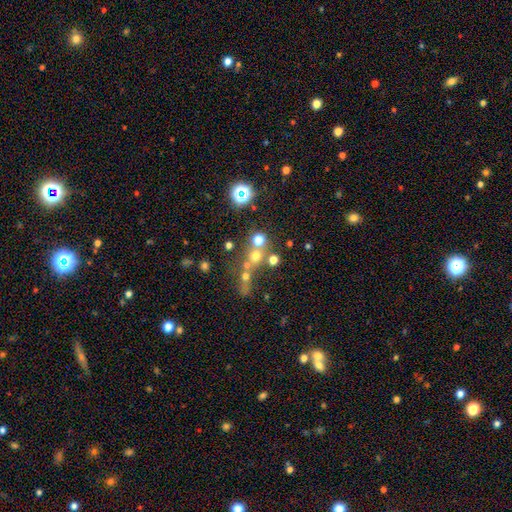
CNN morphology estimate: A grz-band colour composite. It shows a smooth galaxy with no disk features (56%) that is round (89%). Merging: none (52%).